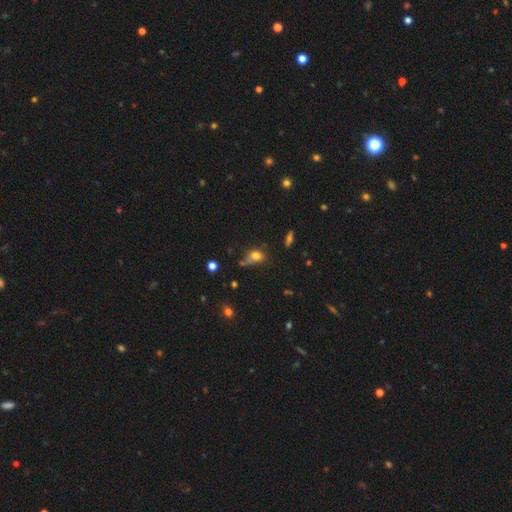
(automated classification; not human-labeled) Smooth or featured?
  - smooth: 75% *
  - star or artifact: 14%
  - featured or disk: 12%
How rounded?
  - in between: 57% *
  - round: 39%
  - cigar-shaped: 4%
Merging?
  - none: 44% *
  - minor disturbance: 26%
  - merger: 17%
  - major disturbance: 13%